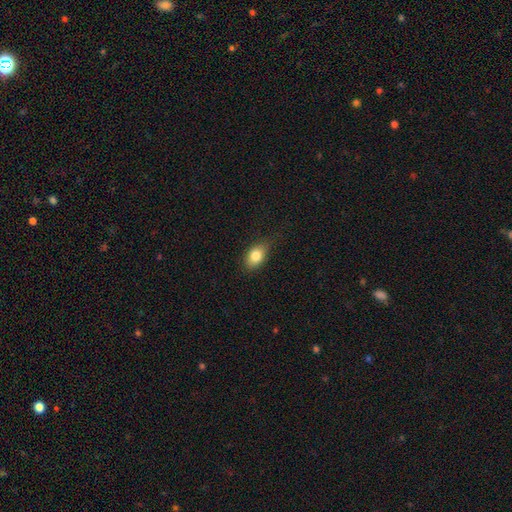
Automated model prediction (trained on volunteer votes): smooth-or-featured: smooth: 82% | featured or disk: 10% | star or artifact: 8%
  how-rounded: in between: 85% | round: 12% | cigar-shaped: 3%
  merging: none: 77% | minor disturbance: 18% | major disturbance: 4% | merger: 1%